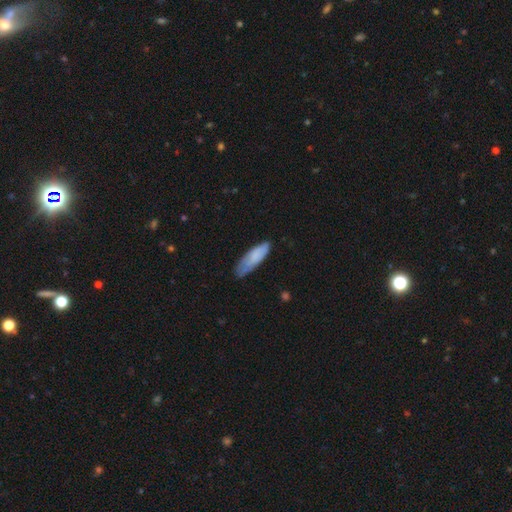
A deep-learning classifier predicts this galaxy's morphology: smooth-or-featured: smooth: 76% | featured or disk: 18% | star or artifact: 6%
  how-rounded: in between: 56% | cigar-shaped: 42% | round: 1%
  merging: none: 60% | minor disturbance: 31% | major disturbance: 7% | merger: 2%